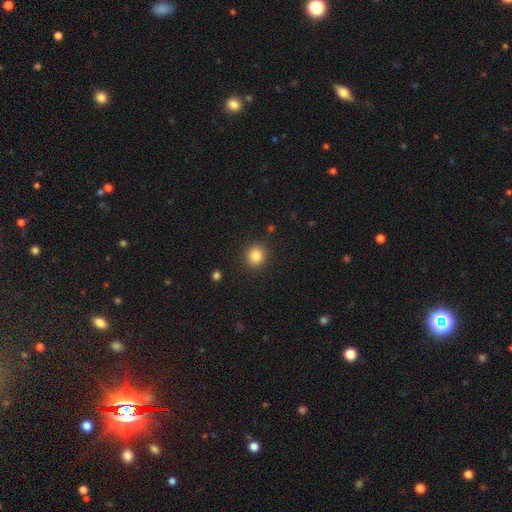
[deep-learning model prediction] smooth-or-featured: smooth: 83% | star or artifact: 11% | featured or disk: 6%
  how-rounded: round: 88% | in between: 11% | cigar-shaped: 1%
  merging: none: 91% | minor disturbance: 6% | major disturbance: 2% | merger: 1%